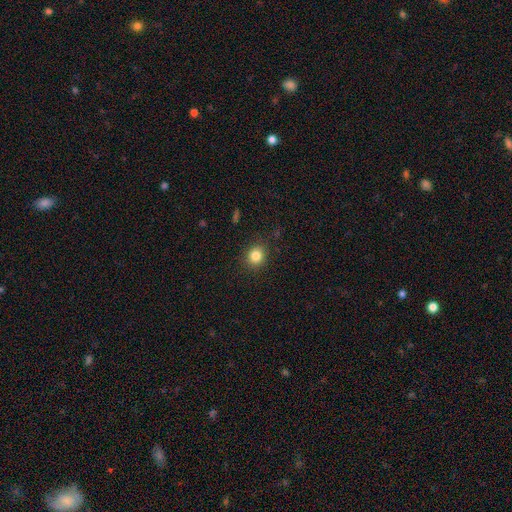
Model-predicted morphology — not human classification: type=smooth (83%); roundness=round (78%); merging=none (88%).